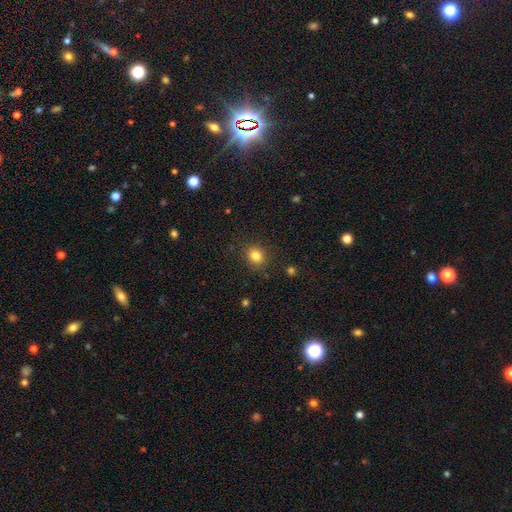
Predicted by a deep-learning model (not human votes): Smooth or featured: smooth — 82% (star or artifact — 12%)
How rounded: round — 76% (in between — 23%)
Merging: none — 86% (minor disturbance — 10%)